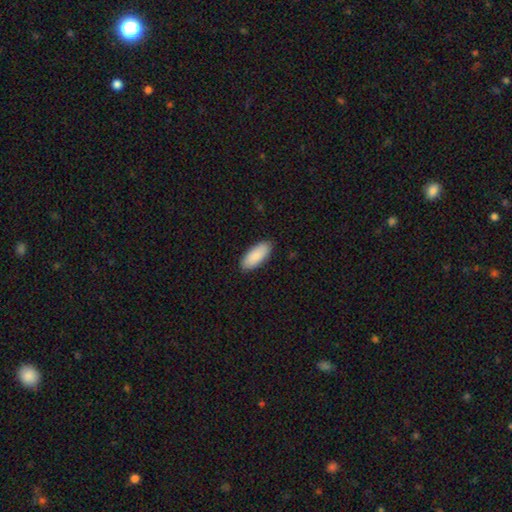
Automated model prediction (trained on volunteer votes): This appears to be a smooth galaxy with no disk features (90%) that is in between round and cigar-shaped (85%). Merging: none (89%).